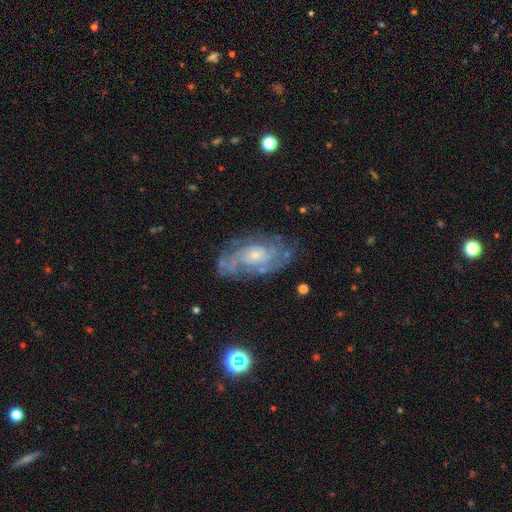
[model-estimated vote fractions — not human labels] Overall: featured or disk (80%). Edge-on disk: no (94%). Bar: no (73%). Spiral arms: yes (90%). Spiral arm count: can't tell (44%; 2 28%). Spiral winding: tight (60%; medium 31%). Bulge size: small (64%; moderate 28%). Merging: none (71%).